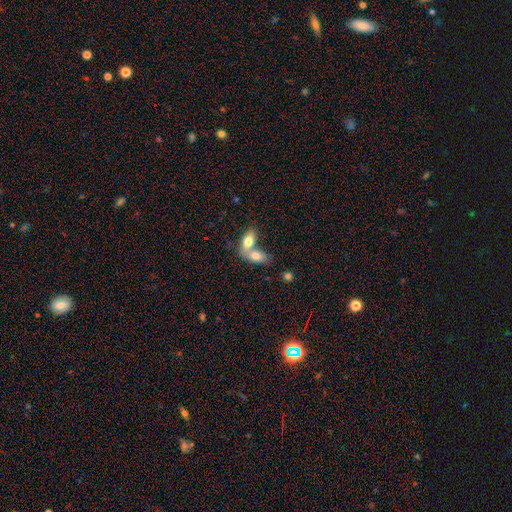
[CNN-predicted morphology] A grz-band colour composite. It shows a smooth galaxy with no disk features (76%) that is in between round and cigar-shaped (88%). Merging: merger (72%).